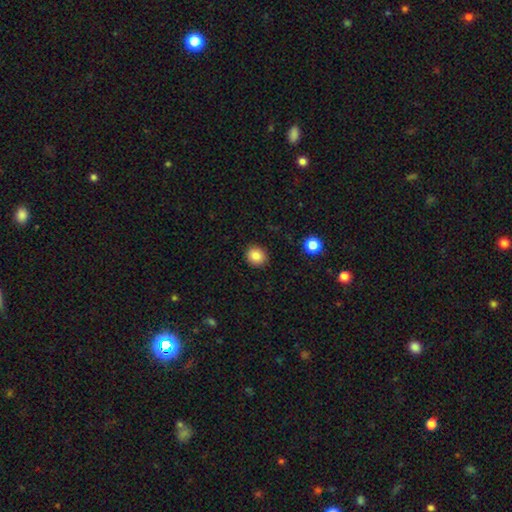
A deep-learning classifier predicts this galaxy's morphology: Overall: smooth (84%). How rounded: round (85%). Merging: none (90%).